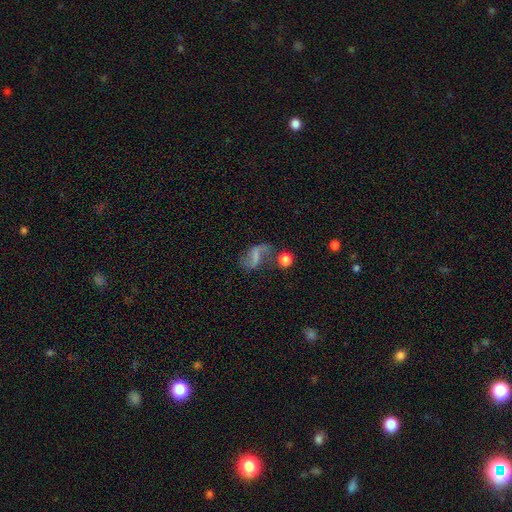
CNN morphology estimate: smooth-or-featured: featured or disk: 63% | smooth: 25% | star or artifact: 12%
  disk-edge-on: no: 97% | yes: 3%
    bar: strong: 41% | weak: 37% | no: 22%
    has-spiral-arms: yes: 81% | no: 19%
    bulge-size: none: 61% | small: 22% | moderate: 12% | large: 4% | dominant: 2%
  merging: none: 53% | minor disturbance: 19% | major disturbance: 16% | merger: 12%